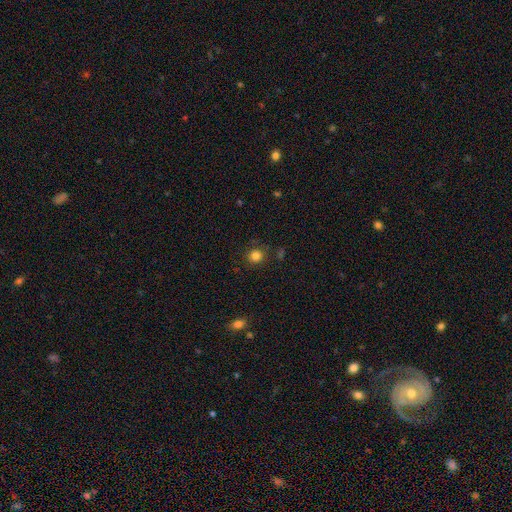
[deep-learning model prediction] A smooth galaxy with no disk features (82%) that is round (88%). Merging: none (85%).